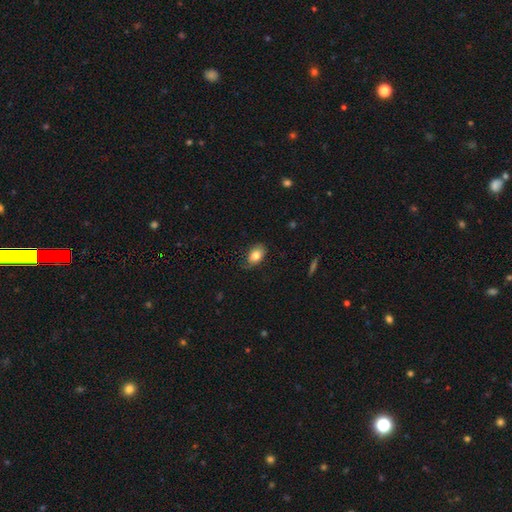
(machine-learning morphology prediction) smooth 79%, featured or disk 13%, star or artifact 8%. Down the decision tree: how rounded — in between (87%); merging — none (70%).